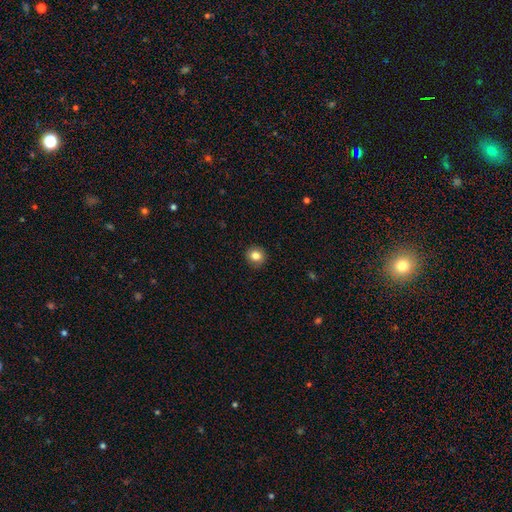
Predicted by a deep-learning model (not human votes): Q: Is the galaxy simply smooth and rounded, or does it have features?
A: smooth — 84%.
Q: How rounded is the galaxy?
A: round — 86%.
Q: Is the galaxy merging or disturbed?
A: none — 91%.